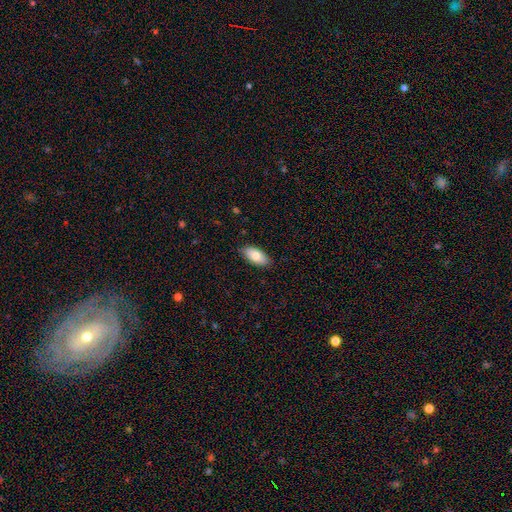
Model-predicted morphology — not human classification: The model was most divided on "smooth or featured": smooth: 79%, featured or disk: 15%, star or artifact: 6%. More confident: how rounded — in between (92%); merging — none (87%).